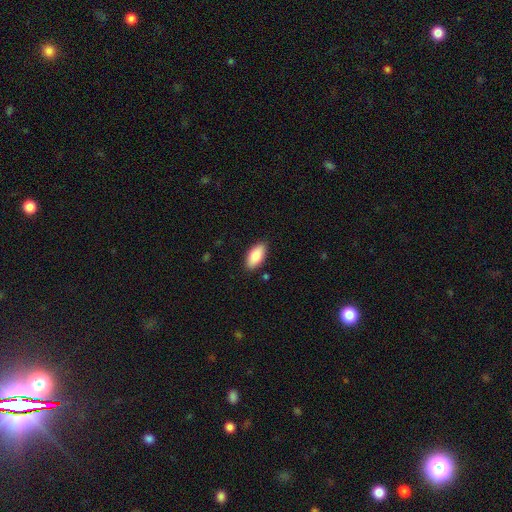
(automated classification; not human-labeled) smooth 84%, featured or disk 10%, star or artifact 6%. Down the decision tree: how rounded — in between (92%); merging — none (87%).